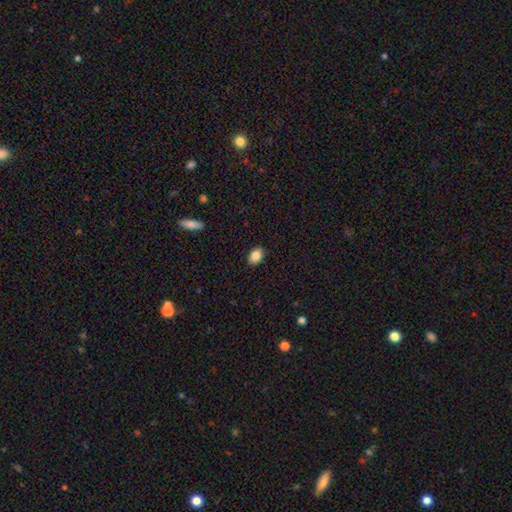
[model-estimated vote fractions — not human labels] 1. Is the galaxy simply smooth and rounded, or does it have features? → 87% smooth, 8% star or artifact, 5% featured or disk.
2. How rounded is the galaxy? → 83% in between, 15% round, 1% cigar-shaped.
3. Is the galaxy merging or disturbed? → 89% none, 8% minor disturbance, 2% major disturbance, 1% merger.